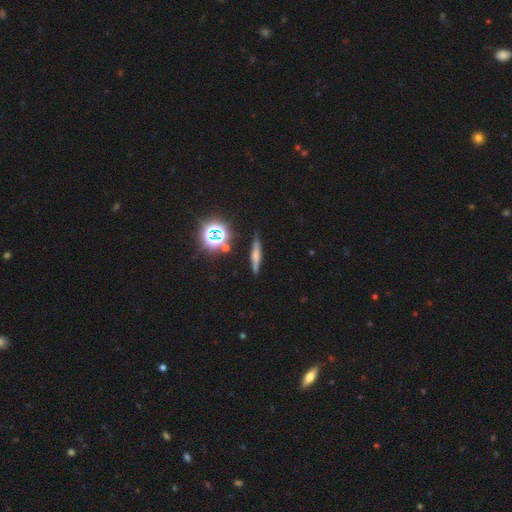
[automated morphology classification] Smooth or featured? smooth (48%)
Merging? none (80%)